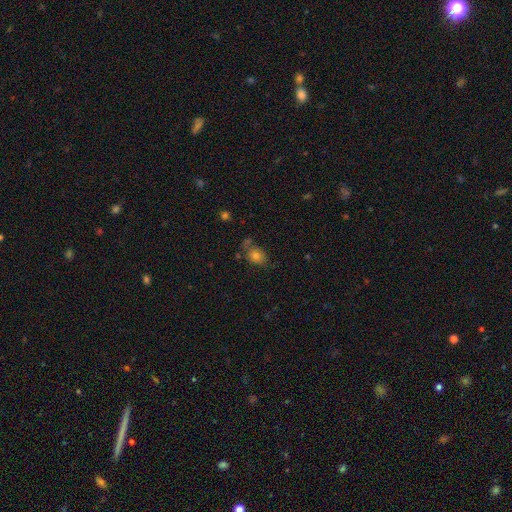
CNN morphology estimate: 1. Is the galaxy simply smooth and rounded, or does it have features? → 76% smooth, 12% star or artifact, 12% featured or disk.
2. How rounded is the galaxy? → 52% in between, 47% round, 1% cigar-shaped.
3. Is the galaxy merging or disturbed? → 58% none, 20% minor disturbance, 14% merger, 7% major disturbance.